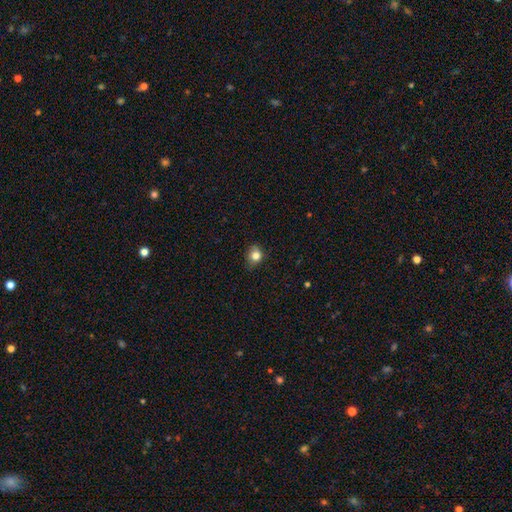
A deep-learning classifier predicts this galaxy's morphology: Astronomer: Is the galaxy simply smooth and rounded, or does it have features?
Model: smooth — 81%.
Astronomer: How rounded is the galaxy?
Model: round — 65%.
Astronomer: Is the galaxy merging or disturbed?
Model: none — 72%.